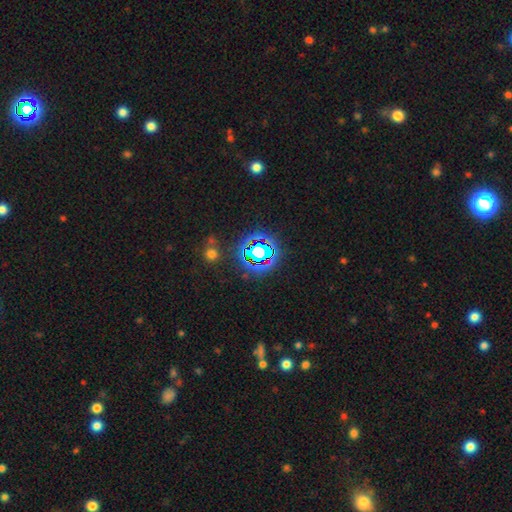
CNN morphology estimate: Smooth or featured? star or artifact (73%)